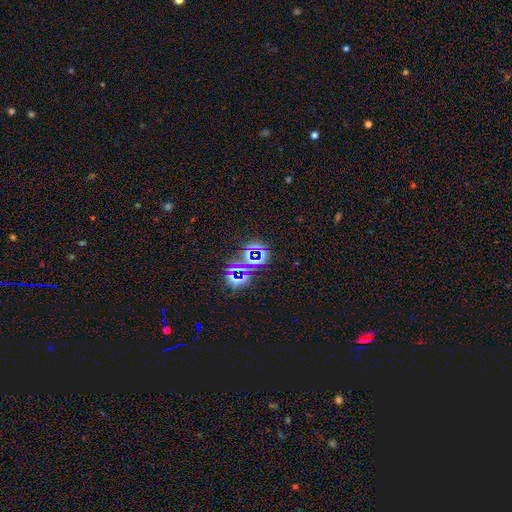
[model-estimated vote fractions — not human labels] smooth_or_featured: star or artifact (p=0.77) [alt: smooth p=0.15]